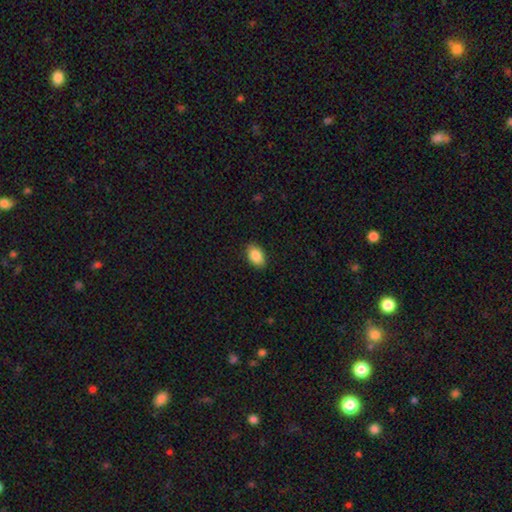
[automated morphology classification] This appears to be a smooth galaxy with no disk features (88%) that is in between round and cigar-shaped (90%). Merging: none (89%).